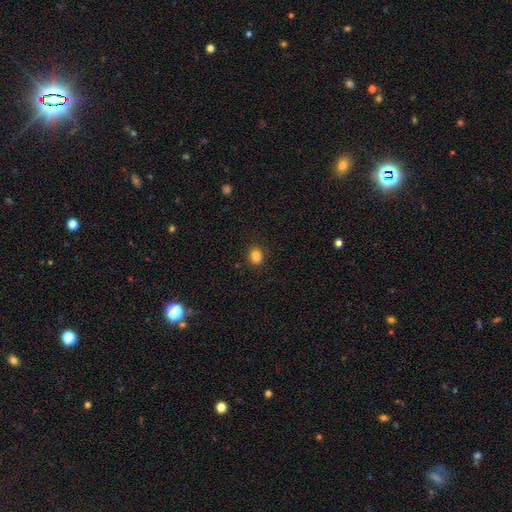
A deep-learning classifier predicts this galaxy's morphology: Smooth or featured?
  - smooth: 85% *
  - star or artifact: 12%
  - featured or disk: 3%
How rounded?
  - round: 60% *
  - in between: 39%
  - cigar-shaped: 1%
Merging?
  - none: 87% *
  - minor disturbance: 9%
  - major disturbance: 3%
  - merger: 1%